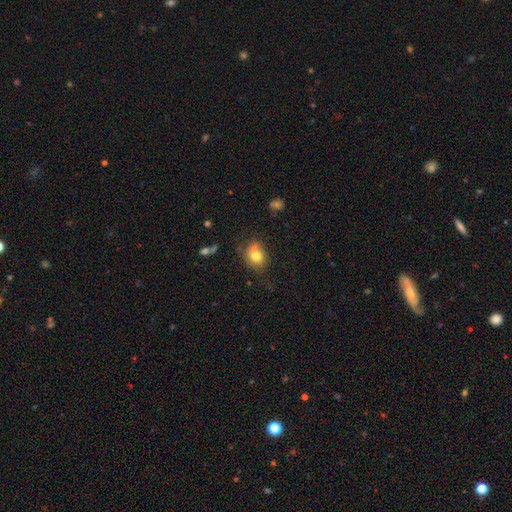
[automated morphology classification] A smooth galaxy with no disk features (76%) that is round (53%). Merging: none (59%).